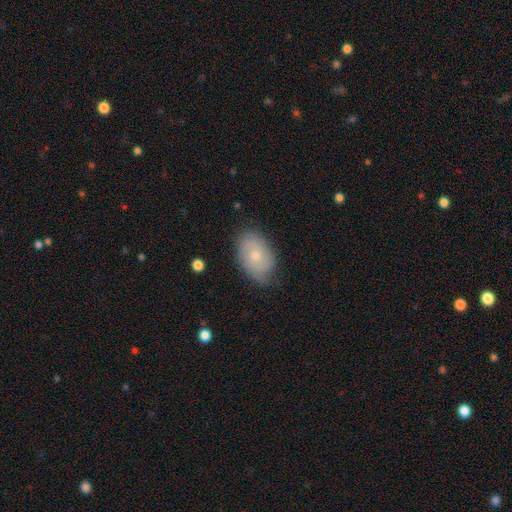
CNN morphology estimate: type=smooth (49%); merging=none (71%).